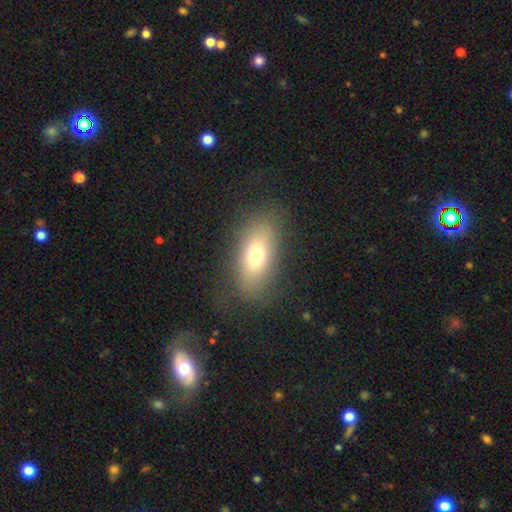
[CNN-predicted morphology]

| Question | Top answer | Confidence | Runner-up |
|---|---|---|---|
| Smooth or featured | smooth | 70% | featured or disk (19%) |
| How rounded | in between | 83% | round (9%) |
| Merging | none | 77% | minor disturbance (14%) |